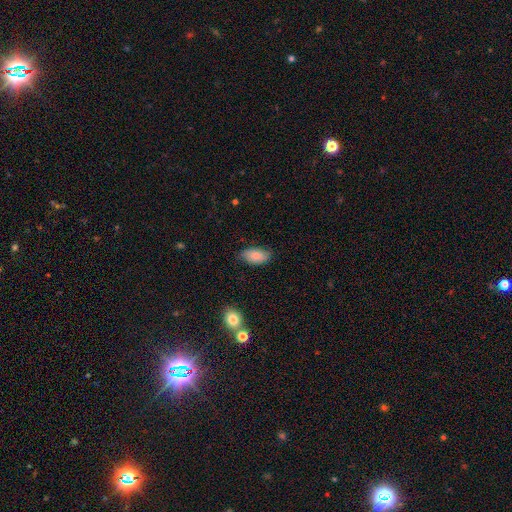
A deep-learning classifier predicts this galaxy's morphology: The model was most divided on "merging": none: 76%, minor disturbance: 19%, major disturbance: 3%, merger: 1%. More confident: how rounded — in between (94%); smooth or featured — smooth (86%).